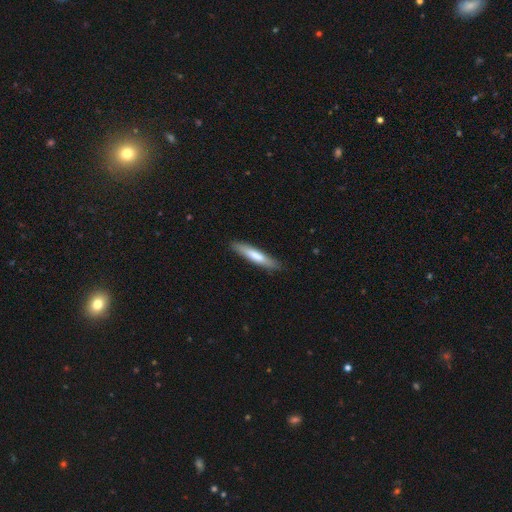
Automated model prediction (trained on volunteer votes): Morphology: type=smooth (69%); roundness=cigar-shaped (87%); merging=none (87%).